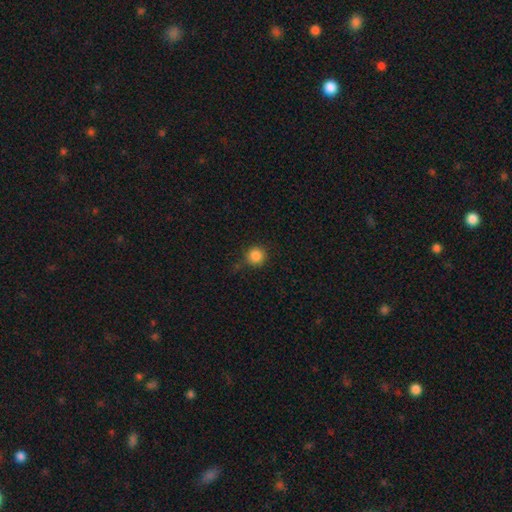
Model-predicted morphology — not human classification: This is clearly a smooth galaxy (86%). How rounded: clearly round (94%). Merging: likely none (78%).